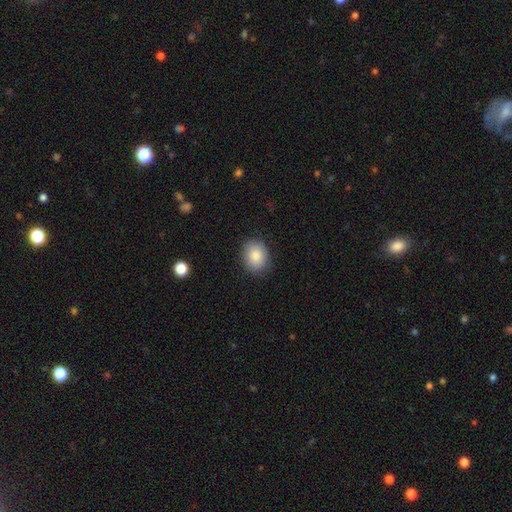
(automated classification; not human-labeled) A smooth galaxy with no disk features (86%) that is in between round and cigar-shaped (54%). Merging: none (86%).